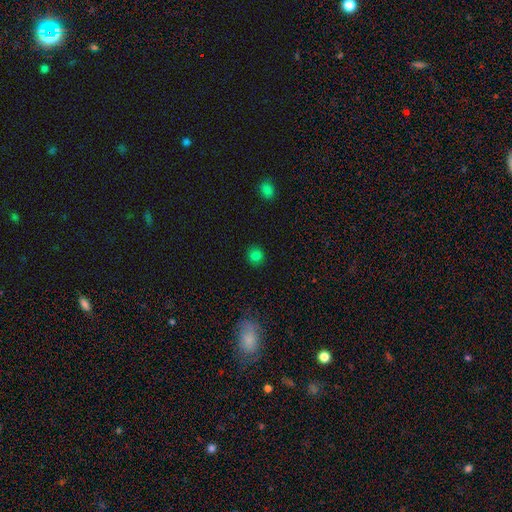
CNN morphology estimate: A smooth galaxy with no disk features (81%) that is round (90%).

Vote fractions:
- Smooth or featured? smooth: 81% / star or artifact: 15% / featured or disk: 4%
- How rounded? round: 90% / in between: 9% / cigar-shaped: 1%
- Merging? none: 90% / minor disturbance: 7% / major disturbance: 2% / merger: 1%